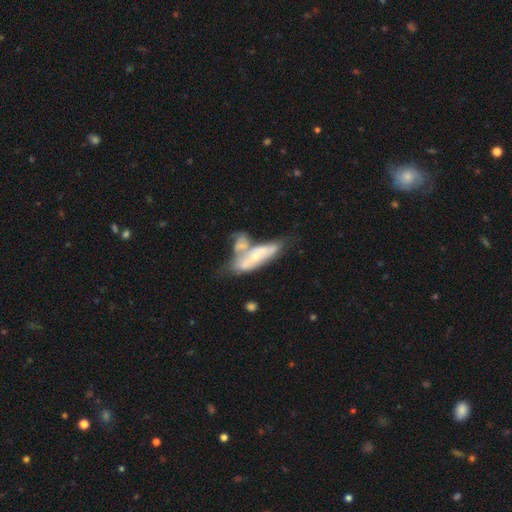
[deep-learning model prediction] Morphology: type=featured or disk (56%); edge-on=no (76%); merging=merger (58%).